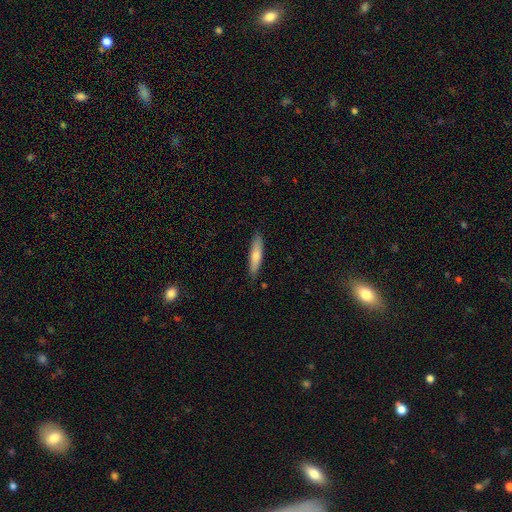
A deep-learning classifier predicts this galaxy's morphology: The model was most divided on "smooth or featured": smooth: 64%, featured or disk: 30%, star or artifact: 6%. More confident: merging — none (87%); how rounded — cigar-shaped (82%).